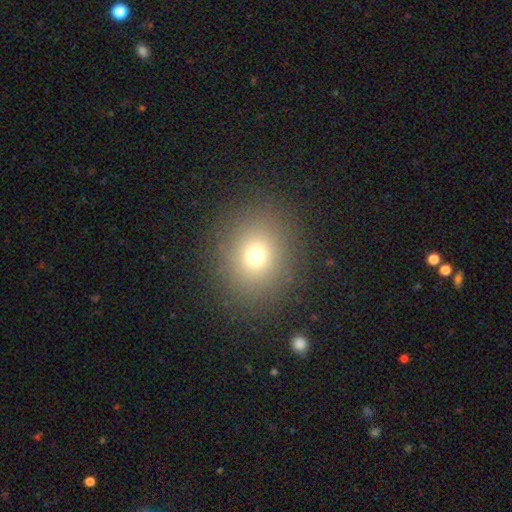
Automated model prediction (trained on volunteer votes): This is likely a smooth galaxy (71%). How rounded: likely round (71%). Merging: clearly none (87%).